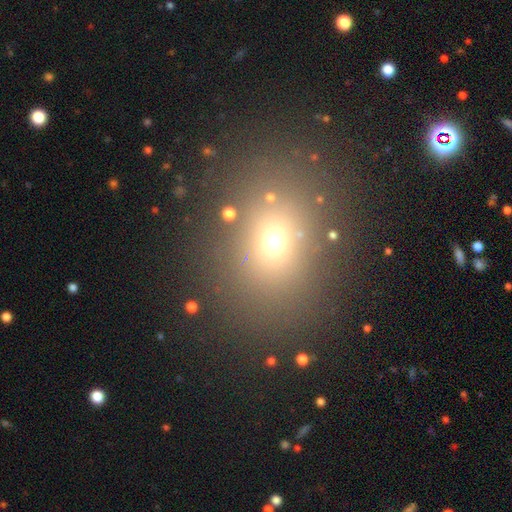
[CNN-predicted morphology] type=smooth (63%); roundness=round (56%); merging=none (83%).